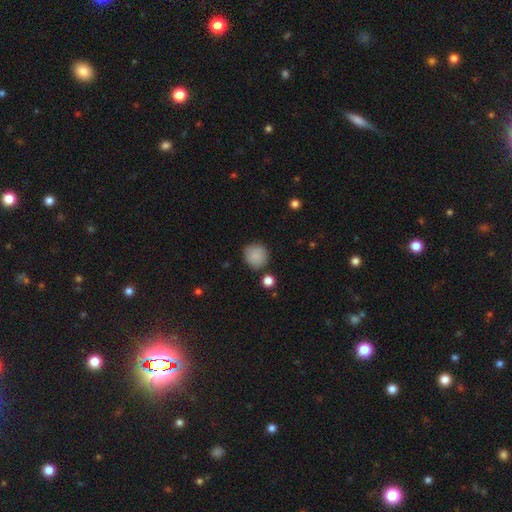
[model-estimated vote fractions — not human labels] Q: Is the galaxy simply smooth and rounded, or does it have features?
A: smooth — 87%.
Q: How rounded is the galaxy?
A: round — 92%.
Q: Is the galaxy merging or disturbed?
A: none — 83%.